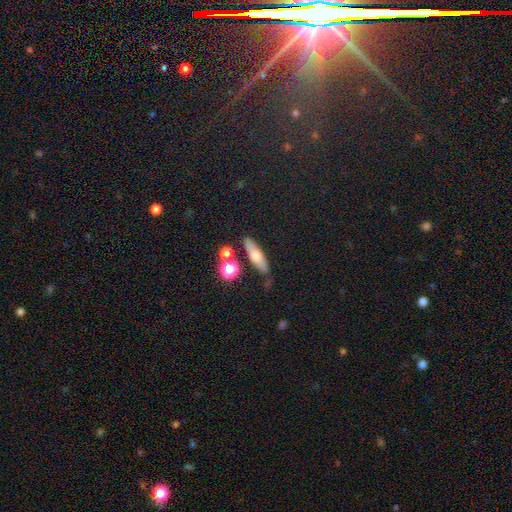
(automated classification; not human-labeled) Overall: smooth (55%; featured or disk 35%). How rounded: cigar-shaped (57%; in between 36%). Merging: none (75%).